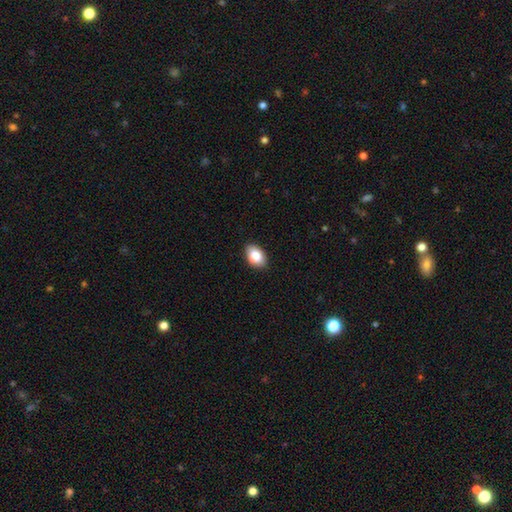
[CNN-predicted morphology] A smooth galaxy with no disk features (85%) that is in between round and cigar-shaped (85%). Merging: none (88%).